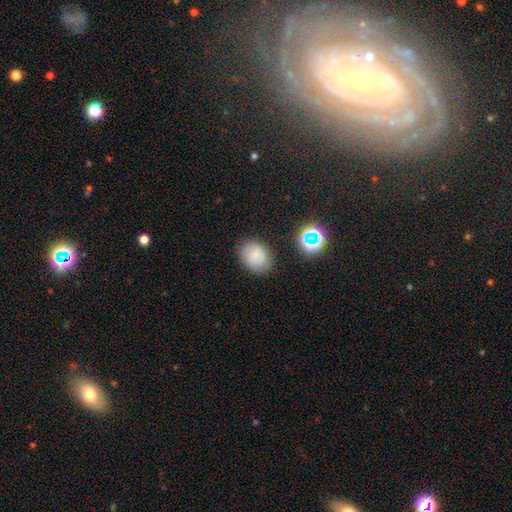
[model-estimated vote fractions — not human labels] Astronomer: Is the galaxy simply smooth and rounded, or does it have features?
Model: smooth — 79%.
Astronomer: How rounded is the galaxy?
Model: in between — 57% (runner-up: round, 42%).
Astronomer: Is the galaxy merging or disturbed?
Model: none — 80%.